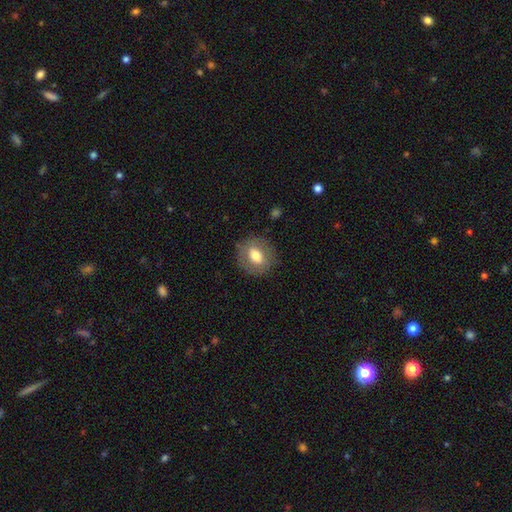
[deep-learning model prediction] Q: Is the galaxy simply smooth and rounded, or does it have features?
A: smooth — 65%.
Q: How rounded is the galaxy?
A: round — 66%.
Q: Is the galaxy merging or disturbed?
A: none — 82%.